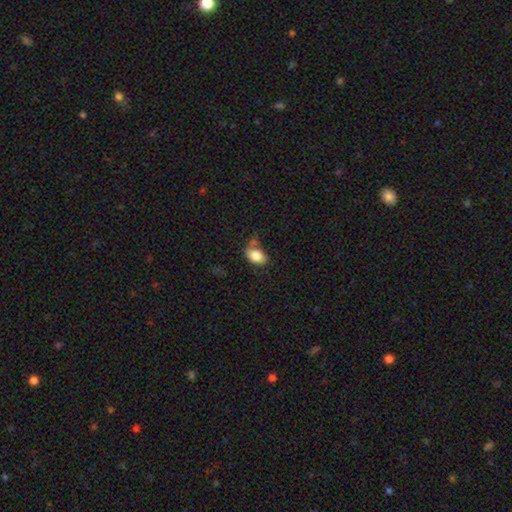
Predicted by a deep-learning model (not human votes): This appears to be a smooth galaxy with no disk features (83%) that is in between round and cigar-shaped (84%). Merging: none (53%).